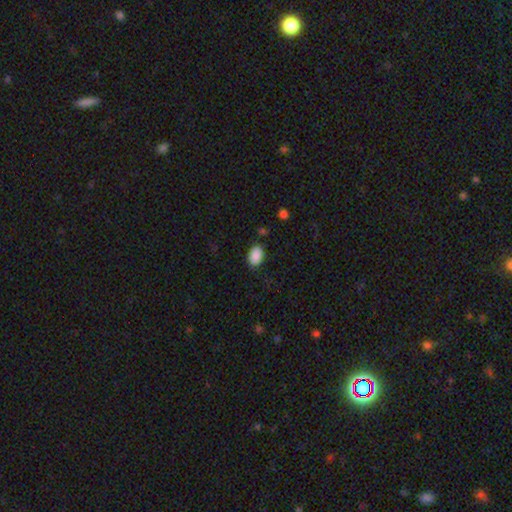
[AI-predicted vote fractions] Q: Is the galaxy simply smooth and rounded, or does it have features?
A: smooth — 89%.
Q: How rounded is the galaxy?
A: in between — 87%.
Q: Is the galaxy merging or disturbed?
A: none — 84%.